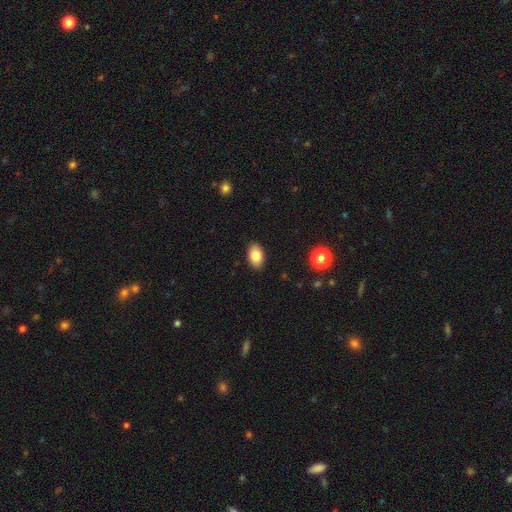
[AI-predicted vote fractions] Overall: smooth (84%). How rounded: in between (91%). Merging: none (88%).